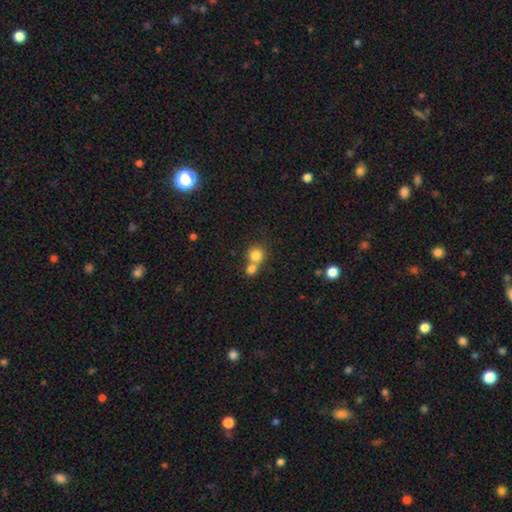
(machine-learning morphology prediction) type=smooth (80%); roundness=round (87%); merging=merger (52%).